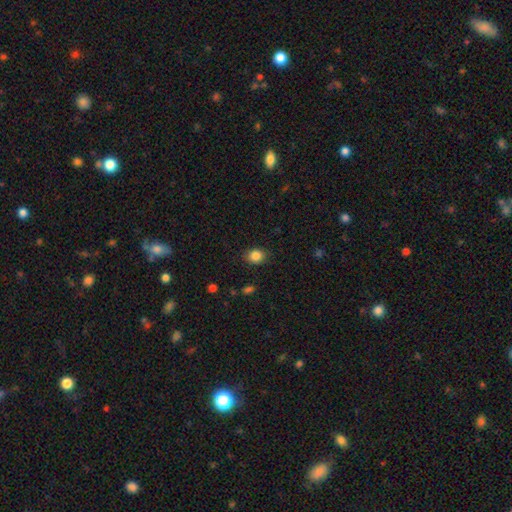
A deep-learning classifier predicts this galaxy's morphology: Smooth or featured? Predicted: smooth (p=0.85). How rounded? Predicted: round (p=0.51). Merging? Predicted: none (p=0.86).